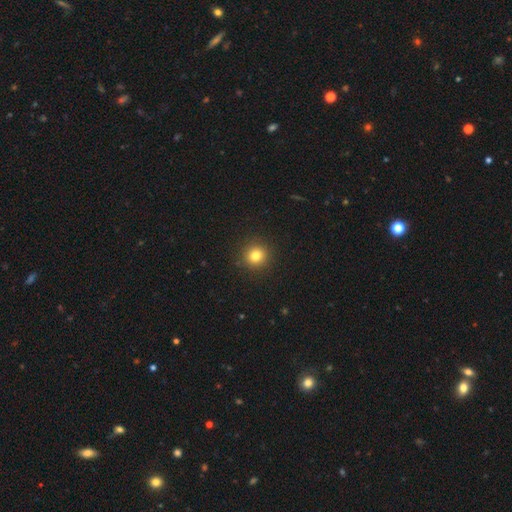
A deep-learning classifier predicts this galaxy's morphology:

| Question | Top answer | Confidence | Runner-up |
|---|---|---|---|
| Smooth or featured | smooth | 80% | star or artifact (13%) |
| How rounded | round | 92% | in between (7%) |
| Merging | none | 92% | minor disturbance (5%) |